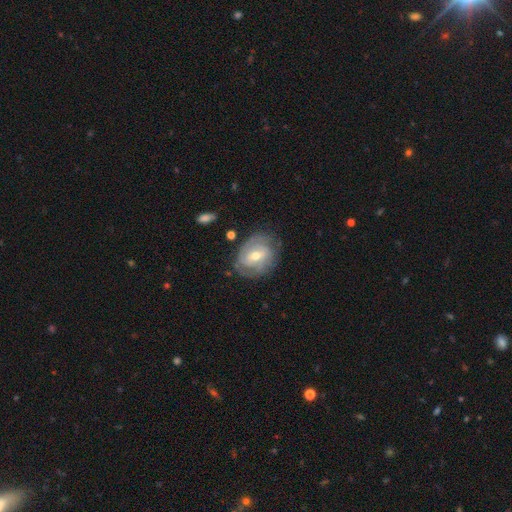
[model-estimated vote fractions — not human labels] Overall: featured or disk (76%). Edge-on disk: no (96%). Bar: weak (48%; no 33%). Spiral arms: yes (84%). Spiral arm count: 2 (42%; can't tell 35%). Spiral winding: tight (66%). Bulge size: moderate (64%; small 32%). Merging: none (71%).